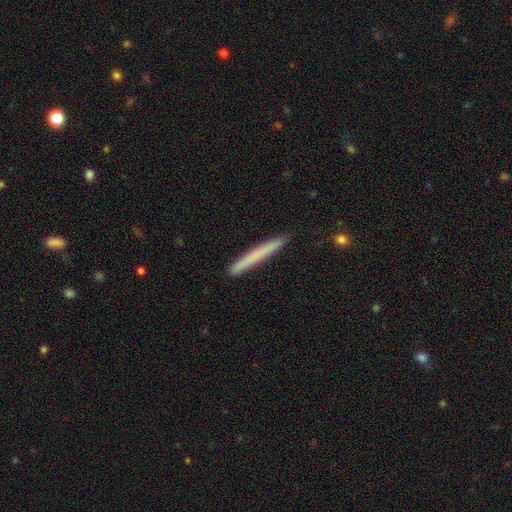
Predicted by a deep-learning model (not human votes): This is likely a smooth galaxy (70%). How rounded: clearly cigar-shaped (97%). Merging: clearly none (91%).